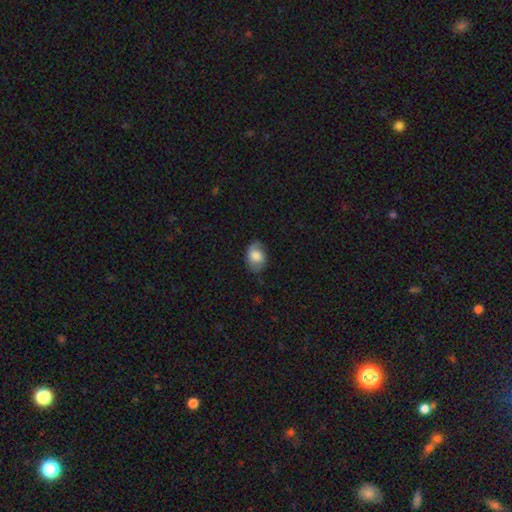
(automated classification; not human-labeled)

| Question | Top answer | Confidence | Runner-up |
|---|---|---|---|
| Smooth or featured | smooth | 69% | featured or disk (23%) |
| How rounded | in between | 79% | round (20%) |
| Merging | none | 70% | minor disturbance (22%) |